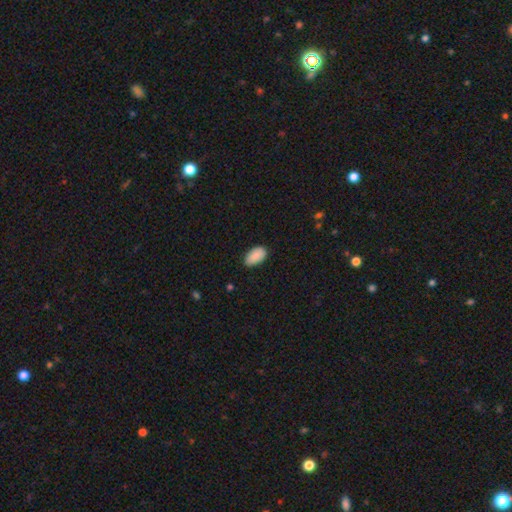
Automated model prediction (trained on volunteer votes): A smooth galaxy with no disk features (90%) that is in between round and cigar-shaped (95%).

Vote fractions:
- Smooth or featured? smooth: 90% / star or artifact: 6% / featured or disk: 4%
- How rounded? in between: 95% / round: 3% / cigar-shaped: 2%
- Merging? none: 83% / minor disturbance: 14% / major disturbance: 2% / merger: 1%